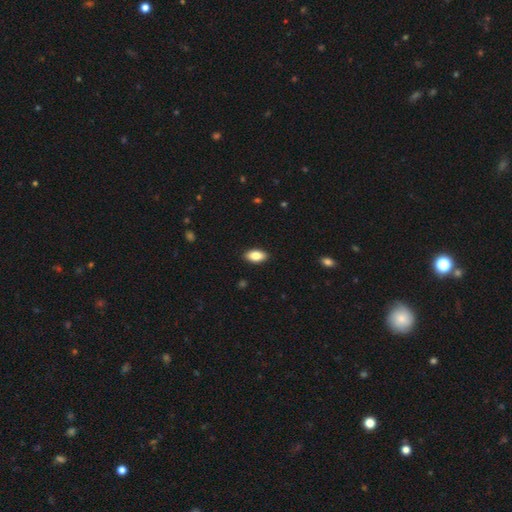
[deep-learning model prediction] Smooth or featured? smooth (84%)
How rounded? in between (91%)
Merging? none (89%)